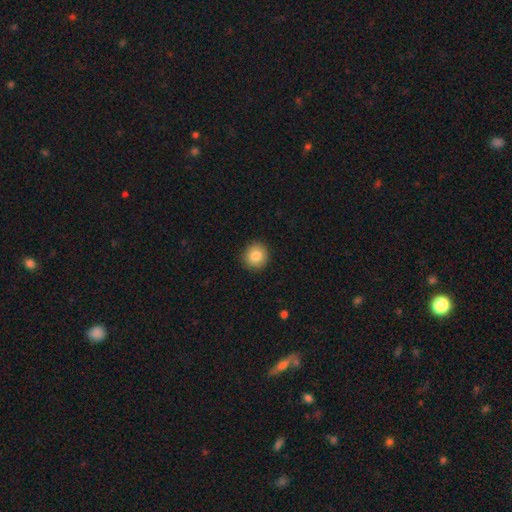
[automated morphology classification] This is clearly a smooth galaxy (84%). How rounded: clearly round (92%). Merging: clearly none (92%).